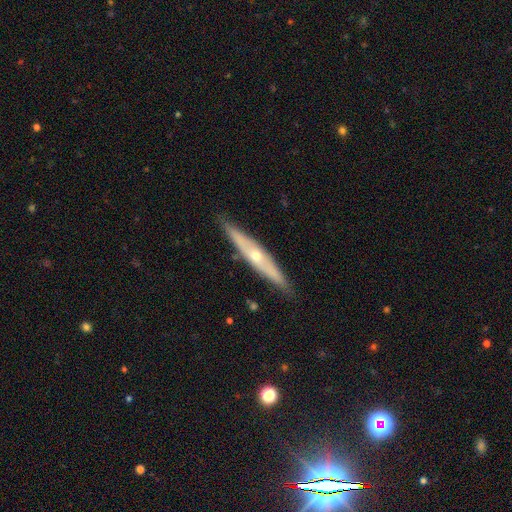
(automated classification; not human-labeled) A featured or disk galaxy (64%) viewed edge-on (86%) with a rounded central bulge (81%).

Vote fractions:
- Smooth or featured? featured or disk: 64% / smooth: 30% / star or artifact: 6%
- Edge-on disk? yes: 86% / no: 14%
- Edge-on bulge? rounded: 81% / none: 16% / boxy: 3%
- Merging? none: 86% / minor disturbance: 10% / major disturbance: 2% / merger: 1%